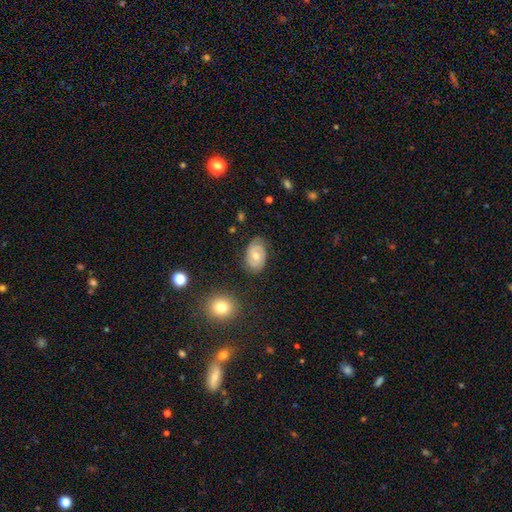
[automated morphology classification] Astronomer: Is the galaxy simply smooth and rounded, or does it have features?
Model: featured or disk — 60%.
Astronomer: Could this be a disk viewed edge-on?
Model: no — 96%.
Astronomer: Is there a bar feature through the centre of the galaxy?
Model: no — 67%.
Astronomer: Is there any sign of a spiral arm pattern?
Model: yes — 82%.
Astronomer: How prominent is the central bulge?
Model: moderate — 56% (runner-up: small, 39%).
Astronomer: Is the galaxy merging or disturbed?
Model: none — 72%.